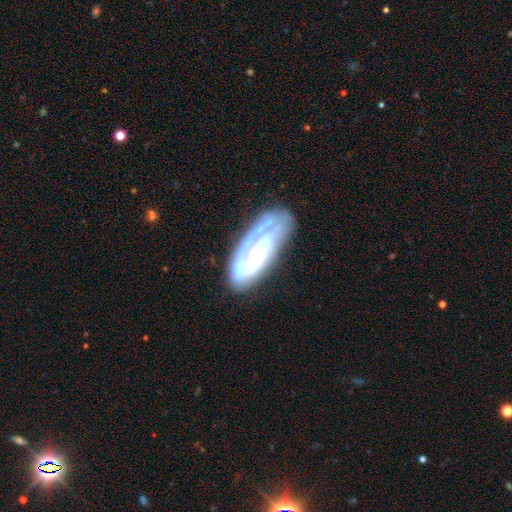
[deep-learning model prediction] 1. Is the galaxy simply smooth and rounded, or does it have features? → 81% featured or disk, 13% smooth, 6% star or artifact.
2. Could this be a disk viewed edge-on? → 92% no, 8% yes.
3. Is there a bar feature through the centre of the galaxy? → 65% no, 26% weak, 9% strong.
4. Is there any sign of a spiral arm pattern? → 88% yes, 12% no.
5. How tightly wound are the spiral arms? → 57% tight, 33% medium, 11% loose.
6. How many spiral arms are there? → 34% 2, 31% can't tell, 16% 1, 12% 3, 4% 4, 3% more than 4.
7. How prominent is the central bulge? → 46% moderate, 42% small, 6% large, 5% none, 1% dominant.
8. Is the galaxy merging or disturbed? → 61% none, 22% minor disturbance, 13% major disturbance, 4% merger.